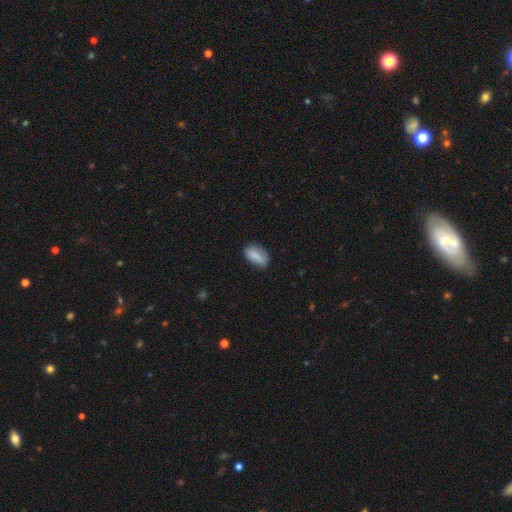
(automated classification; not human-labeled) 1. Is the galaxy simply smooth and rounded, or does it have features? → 84% smooth, 9% featured or disk, 7% star or artifact.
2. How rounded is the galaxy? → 90% in between, 5% round, 4% cigar-shaped.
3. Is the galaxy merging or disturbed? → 73% none, 21% minor disturbance, 5% major disturbance, 1% merger.